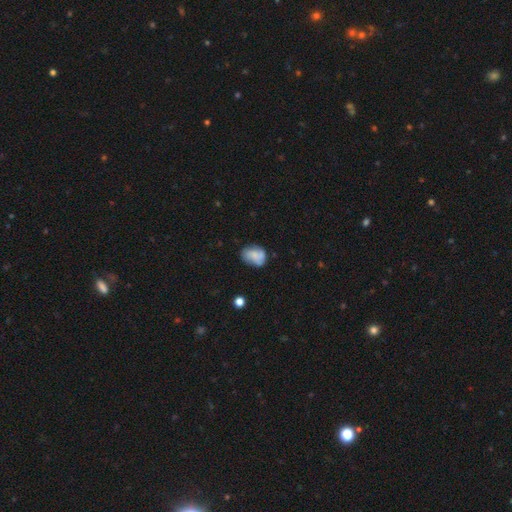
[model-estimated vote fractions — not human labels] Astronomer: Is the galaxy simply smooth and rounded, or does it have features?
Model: smooth — 64%.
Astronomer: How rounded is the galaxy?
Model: in between — 65%.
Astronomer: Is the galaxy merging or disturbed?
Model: none — 51% (runner-up: minor disturbance, 31%).